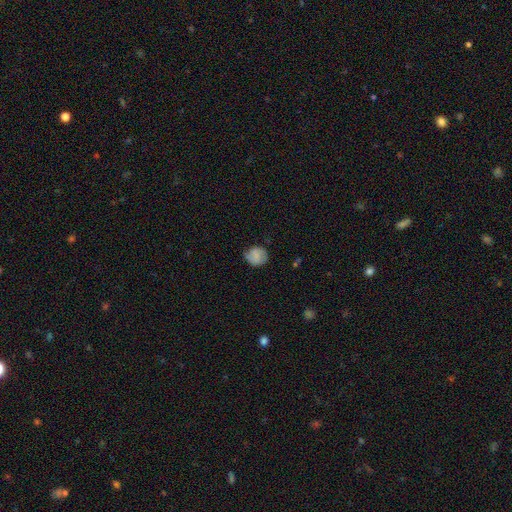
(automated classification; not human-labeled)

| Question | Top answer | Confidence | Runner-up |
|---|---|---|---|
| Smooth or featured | smooth | 69% | featured or disk (22%) |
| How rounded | round | 77% | in between (22%) |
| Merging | none | 68% | minor disturbance (24%) |